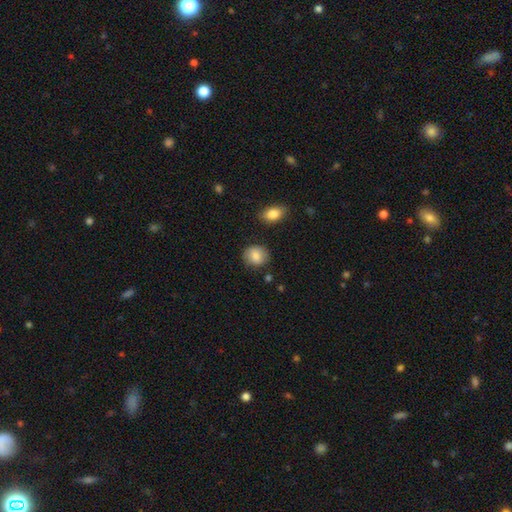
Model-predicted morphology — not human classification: Smooth or featured? Predicted: smooth (p=0.84). How rounded? Predicted: round (p=0.78). Merging? Predicted: none (p=0.83).